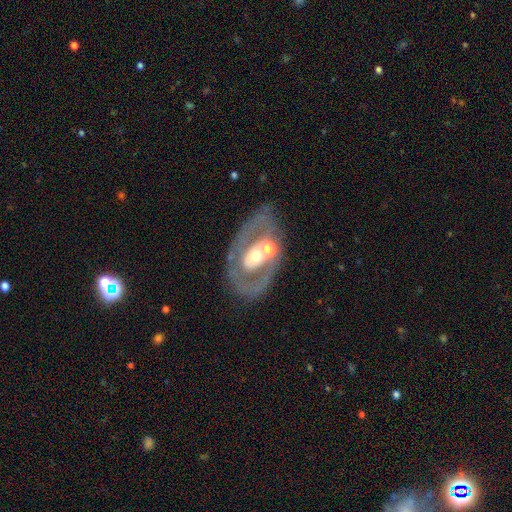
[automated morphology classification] Smooth or featured? Predicted: featured or disk (p=0.69). Edge-on disk? Predicted: no (p=0.92). Bar? Predicted: no (p=0.72). Spiral arms? Predicted: no (p=0.73). Bulge size? Predicted: moderate (p=0.66). Merging? Predicted: none (p=0.60).